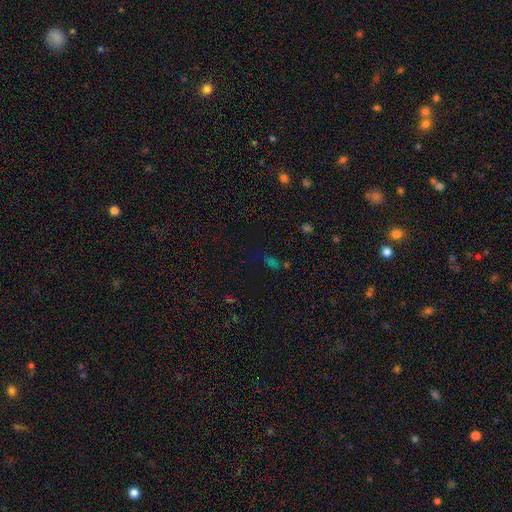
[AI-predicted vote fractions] A smooth galaxy with no disk features (55%) that is in between round and cigar-shaped (79%). Merging: none (63%).